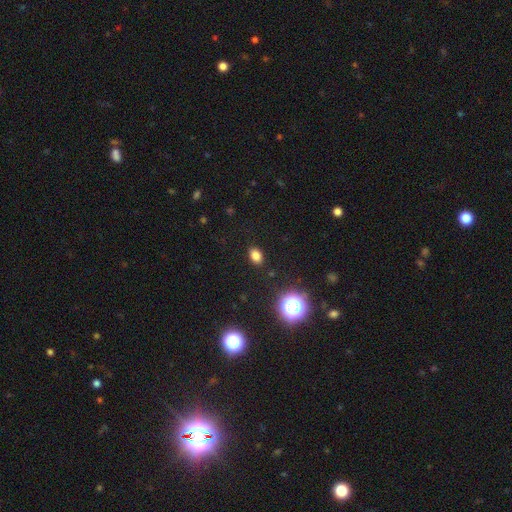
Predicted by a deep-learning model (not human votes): Smooth or featured? Predicted: smooth (p=0.79). How rounded? Predicted: in between (p=0.76). Merging? Predicted: none (p=0.88).